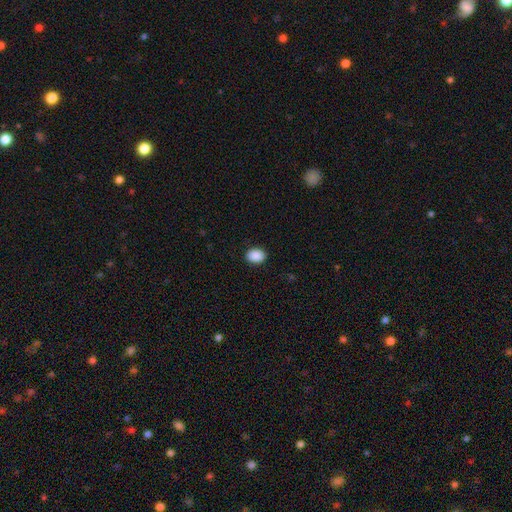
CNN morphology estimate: A smooth galaxy with no disk features (90%) that is in between round and cigar-shaped (66%). Merging: none (90%).